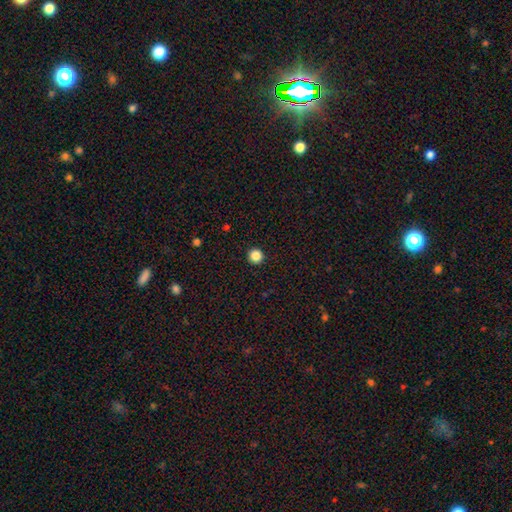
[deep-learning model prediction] Smooth or featured? Predicted: smooth (p=0.86). How rounded? Predicted: round (p=0.96). Merging? Predicted: none (p=0.94).